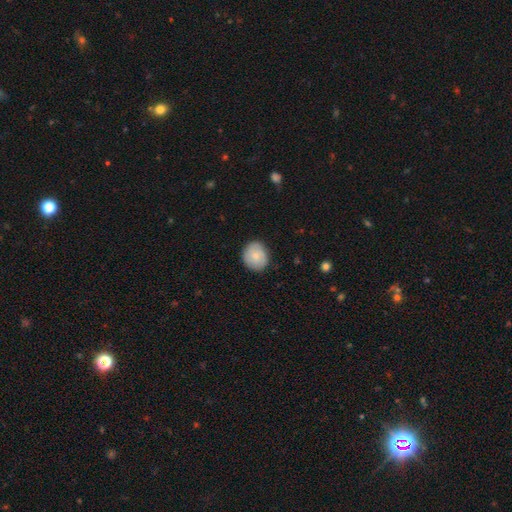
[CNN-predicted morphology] A smooth galaxy with no disk features (79%) that is round (75%).

Vote fractions:
- Smooth or featured? smooth: 79% / featured or disk: 15% / star or artifact: 6%
- How rounded? round: 75% / in between: 24% / cigar-shaped: 1%
- Merging? none: 85% / minor disturbance: 12% / major disturbance: 2% / merger: 1%